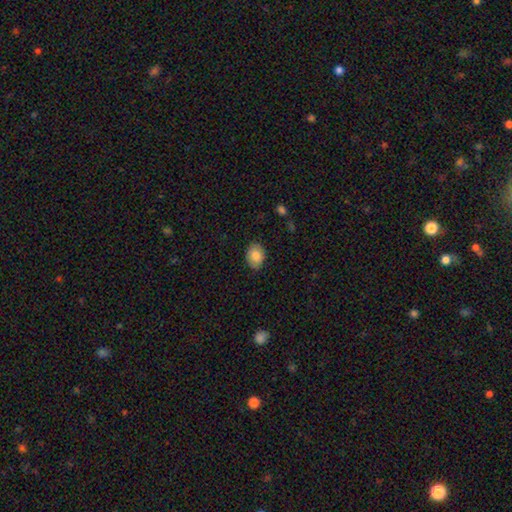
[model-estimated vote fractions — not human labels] Overall: smooth (85%). How rounded: in between (70%). Merging: none (86%).